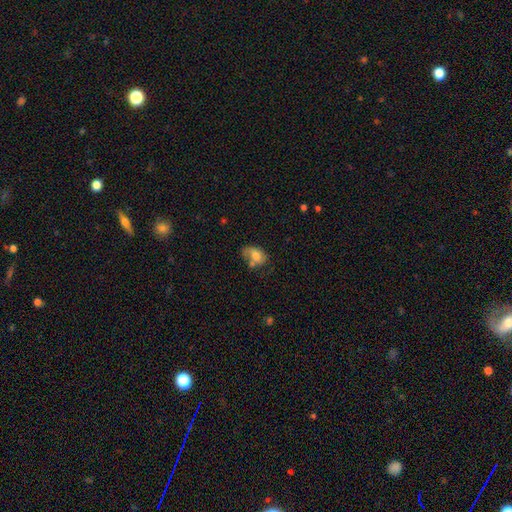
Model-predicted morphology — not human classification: This is likely a smooth galaxy (63%). How rounded: clearly in between (84%). Merging: marginally none (37%).